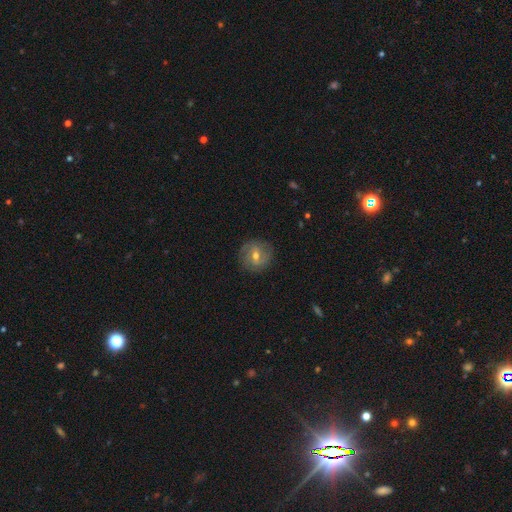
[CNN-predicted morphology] A featured or disk galaxy (53%) with a weak bar (51%), spiral arms (71%) and a moderate central bulge (70%).

Vote fractions:
- Smooth or featured? featured or disk: 53% / smooth: 37% / star or artifact: 9%
- Edge-on disk? no: 96% / yes: 4%
- Bar? weak: 51% / no: 31% / strong: 18%
- Spiral arms? yes: 71% / no: 29%
- Bulge size? moderate: 70% / small: 25% / large: 3% / none: 1% / dominant: 1%
- Merging? none: 83% / minor disturbance: 12% / major disturbance: 4% / merger: 1%